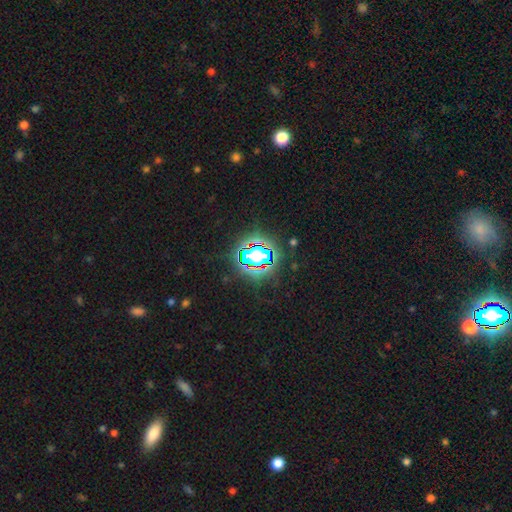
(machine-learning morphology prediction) smooth-or-featured: star or artifact: 72% | smooth: 16% | featured or disk: 12%